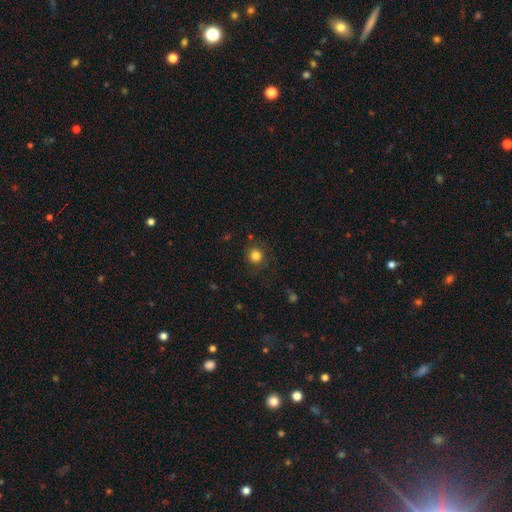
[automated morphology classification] Smooth or featured?
  - smooth: 83% *
  - star or artifact: 12%
  - featured or disk: 5%
How rounded?
  - round: 93% *
  - in between: 7%
  - cigar-shaped: 1%
Merging?
  - none: 87% *
  - minor disturbance: 9%
  - major disturbance: 3%
  - merger: 1%